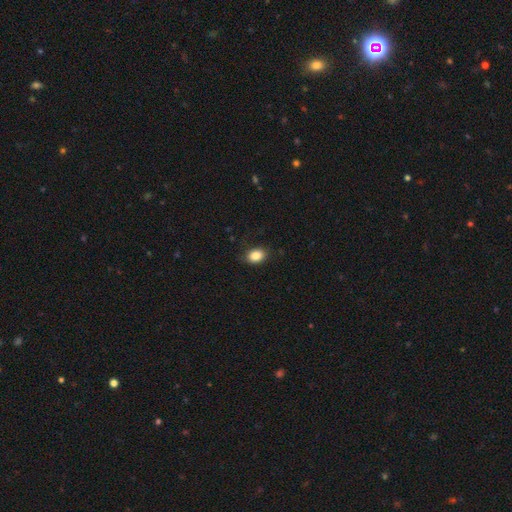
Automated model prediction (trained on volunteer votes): Smooth or featured? smooth (86%)
How rounded? in between (74%)
Merging? none (82%)